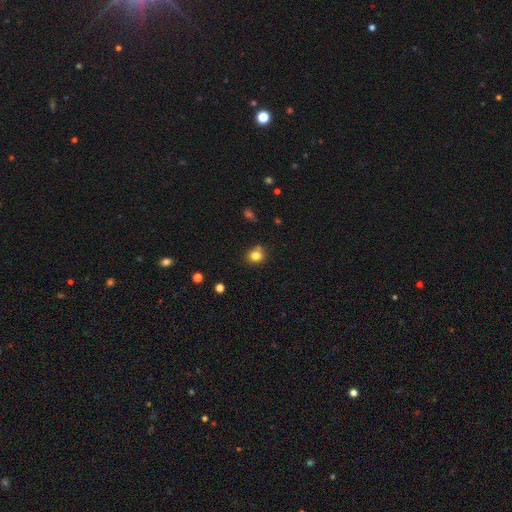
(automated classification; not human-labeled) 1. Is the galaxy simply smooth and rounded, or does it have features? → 81% smooth, 12% star or artifact, 7% featured or disk.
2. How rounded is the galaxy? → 74% round, 25% in between, 1% cigar-shaped.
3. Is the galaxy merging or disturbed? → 73% none, 17% minor disturbance, 7% merger, 4% major disturbance.